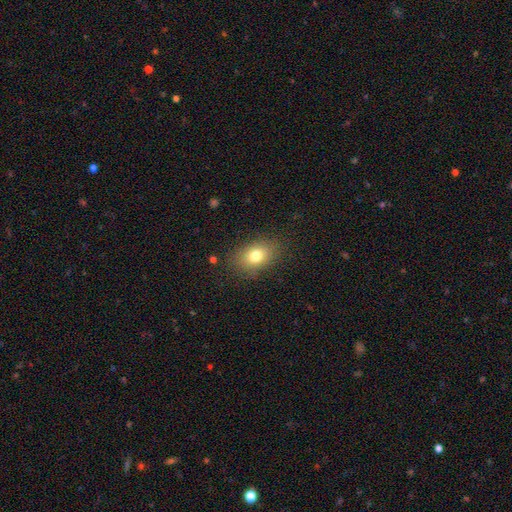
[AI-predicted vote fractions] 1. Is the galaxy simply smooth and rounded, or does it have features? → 77% smooth, 12% featured or disk, 11% star or artifact.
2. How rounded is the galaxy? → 75% in between, 23% round, 2% cigar-shaped.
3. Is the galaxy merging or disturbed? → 83% none, 12% minor disturbance, 4% major disturbance, 1% merger.